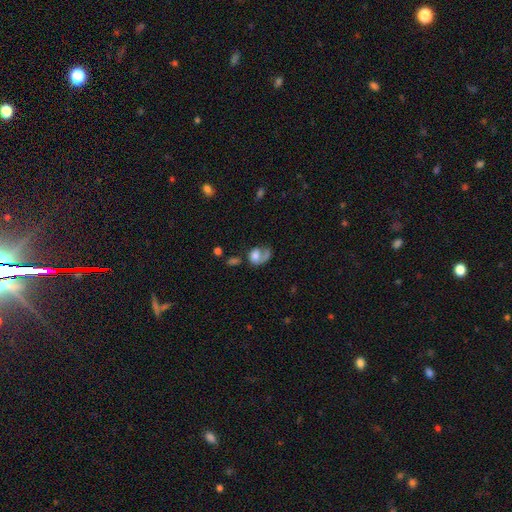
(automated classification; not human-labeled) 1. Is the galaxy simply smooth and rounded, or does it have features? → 53% smooth, 36% featured or disk, 11% star or artifact.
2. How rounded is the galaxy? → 63% in between, 36% round, 2% cigar-shaped.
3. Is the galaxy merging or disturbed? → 40% major disturbance, 27% none, 17% merger, 16% minor disturbance.